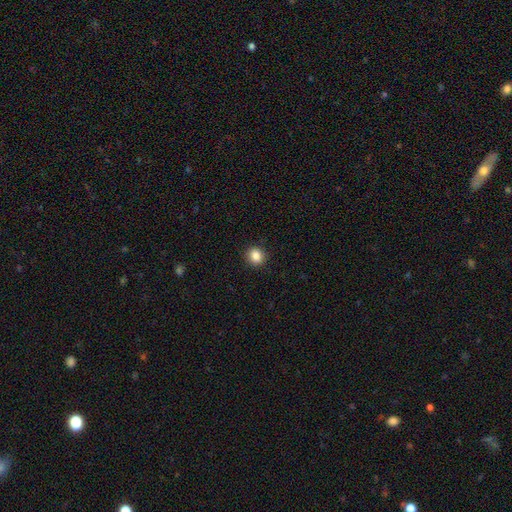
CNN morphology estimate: This is clearly a smooth galaxy (85%). How rounded: clearly round (83%). Merging: clearly none (91%).